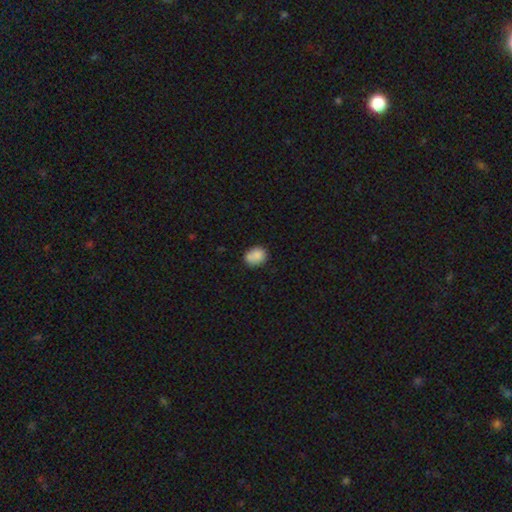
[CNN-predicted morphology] A smooth galaxy with no disk features (81%) that is round (60%). Merging: none (57%).